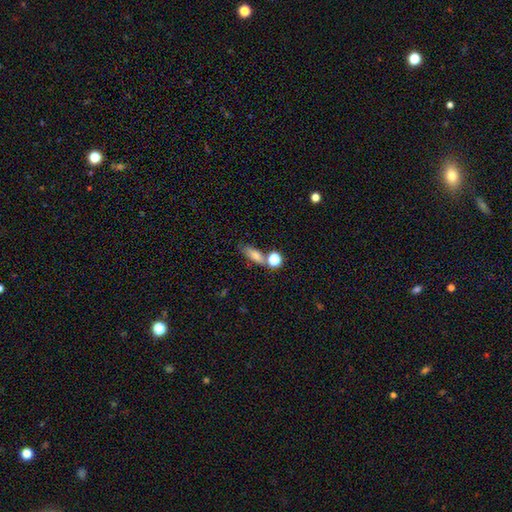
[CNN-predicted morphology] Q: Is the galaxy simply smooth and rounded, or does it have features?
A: smooth — 72%.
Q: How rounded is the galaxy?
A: in between — 55%.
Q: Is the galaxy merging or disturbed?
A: none — 58%.